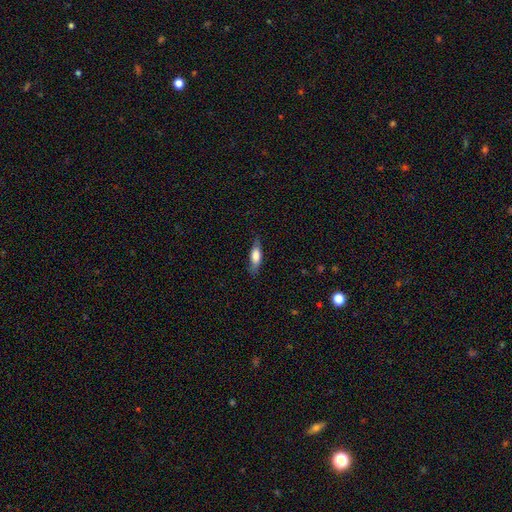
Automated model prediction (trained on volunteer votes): Q: Smooth or featured?
A: smooth (68%); runner-up: featured or disk (26%)
Q: How rounded?
A: in between (51%); runner-up: cigar-shaped (46%)
Q: Merging?
A: none (78%); runner-up: minor disturbance (17%)